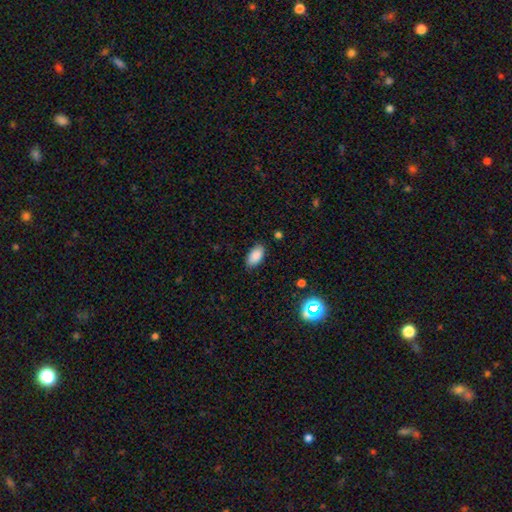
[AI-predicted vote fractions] Overall: smooth (87%). How rounded: in between (94%). Merging: none (84%).